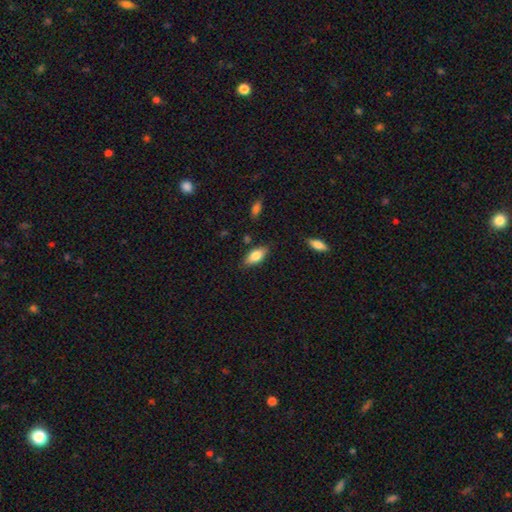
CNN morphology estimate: Smooth or featured?
  - smooth: 79% *
  - featured or disk: 14%
  - star or artifact: 7%
How rounded?
  - in between: 85% *
  - cigar-shaped: 13%
  - round: 2%
Merging?
  - none: 81% *
  - minor disturbance: 14%
  - major disturbance: 3%
  - merger: 2%